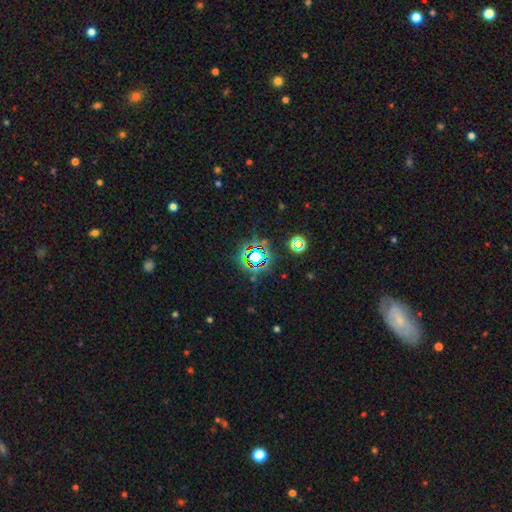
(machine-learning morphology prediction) type=star or artifact (74%).